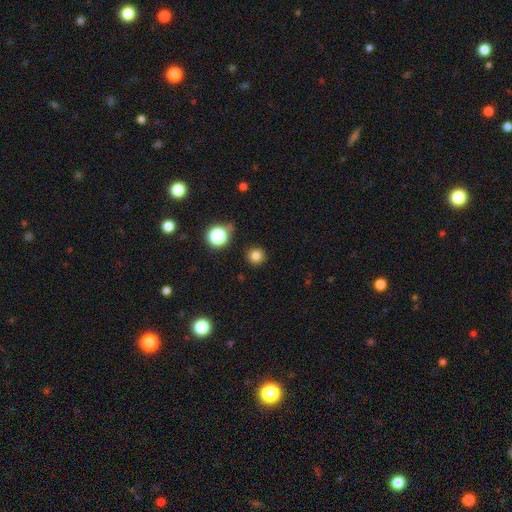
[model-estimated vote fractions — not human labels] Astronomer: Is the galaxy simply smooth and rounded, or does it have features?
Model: smooth — 80%.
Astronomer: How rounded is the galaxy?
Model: round — 95%.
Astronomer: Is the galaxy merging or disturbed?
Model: none — 90%.